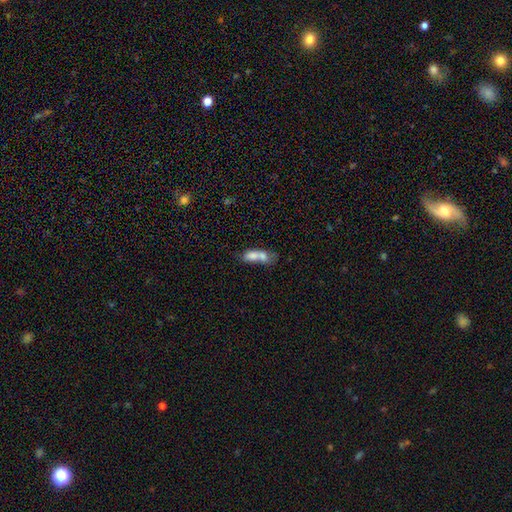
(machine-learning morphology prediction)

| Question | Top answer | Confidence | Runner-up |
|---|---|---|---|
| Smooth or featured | smooth | 68% | featured or disk (23%) |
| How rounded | in between | 72% | round (14%) |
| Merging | merger | 73% | none (14%) |